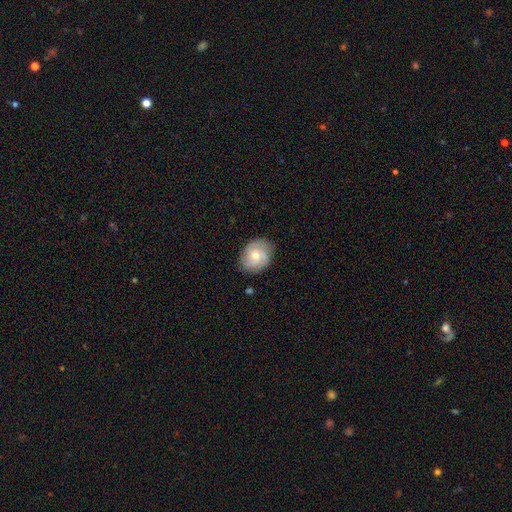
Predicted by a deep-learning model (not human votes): Overall: featured or disk (52%; smooth 40%). Edge-on disk: no (96%). Bar: no (75%). Spiral arms: yes (80%). Bulge size: moderate (63%; small 33%). Merging: none (77%).